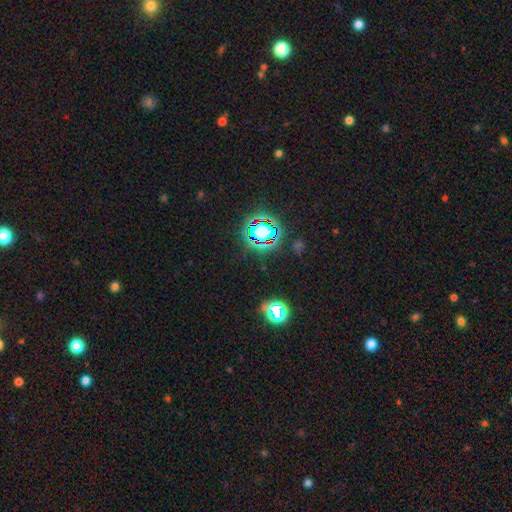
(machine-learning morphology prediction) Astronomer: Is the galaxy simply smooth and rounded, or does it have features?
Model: star or artifact — 80%.